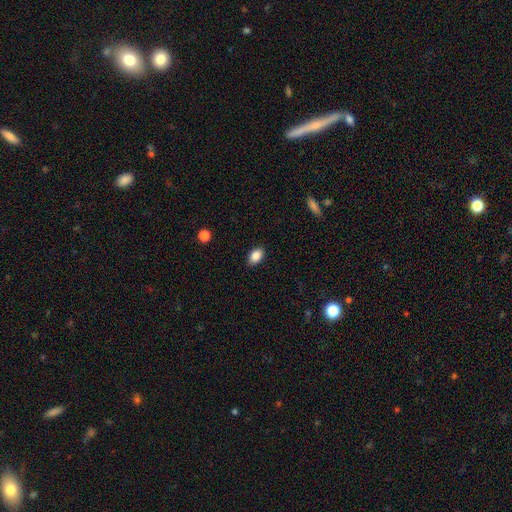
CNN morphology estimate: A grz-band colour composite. It shows a smooth galaxy with no disk features (87%) that is in between round and cigar-shaped (87%). Merging: none (88%).